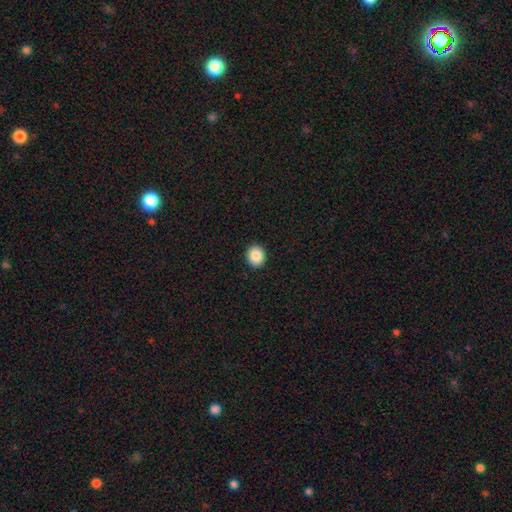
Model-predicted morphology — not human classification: A smooth galaxy with no disk features (88%) that is round (71%).

Vote fractions:
- Smooth or featured? smooth: 88% / star or artifact: 8% / featured or disk: 4%
- How rounded? round: 71% / in between: 28% / cigar-shaped: 1%
- Merging? none: 92% / minor disturbance: 5% / major disturbance: 2% / merger: 1%